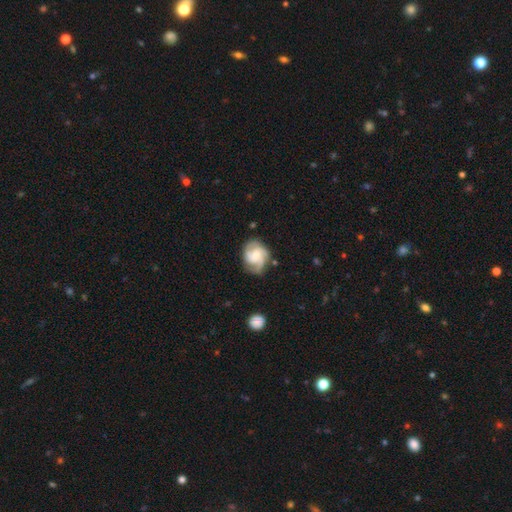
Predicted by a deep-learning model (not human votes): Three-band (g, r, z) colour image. It shows a featured or disk galaxy (79%) with no bar (53%), 3 (42%) medium (48%) spiral arms (96%) and a moderate central bulge (46%). Merging: none (69%).